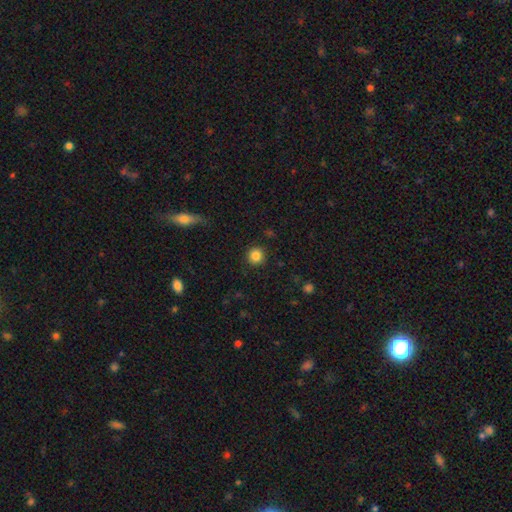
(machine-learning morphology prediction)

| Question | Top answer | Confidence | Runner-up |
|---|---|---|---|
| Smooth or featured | smooth | 85% | star or artifact (10%) |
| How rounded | round | 94% | in between (5%) |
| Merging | none | 91% | minor disturbance (6%) |